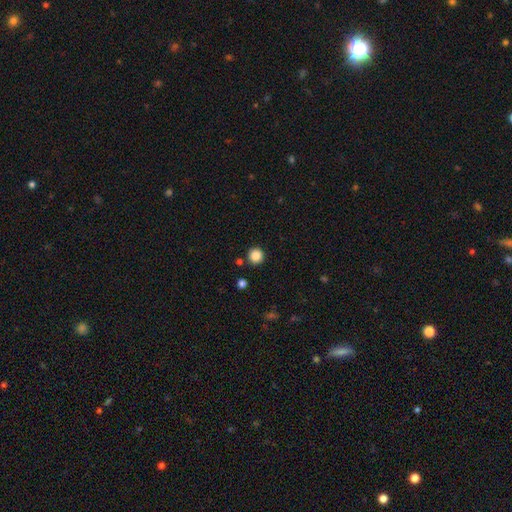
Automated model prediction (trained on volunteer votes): A smooth galaxy with no disk features (86%) that is round (95%).

Vote fractions:
- Smooth or featured? smooth: 86% / star or artifact: 11% / featured or disk: 3%
- How rounded? round: 95% / in between: 4% / cigar-shaped: 1%
- Merging? none: 90% / minor disturbance: 5% / merger: 3% / major disturbance: 2%